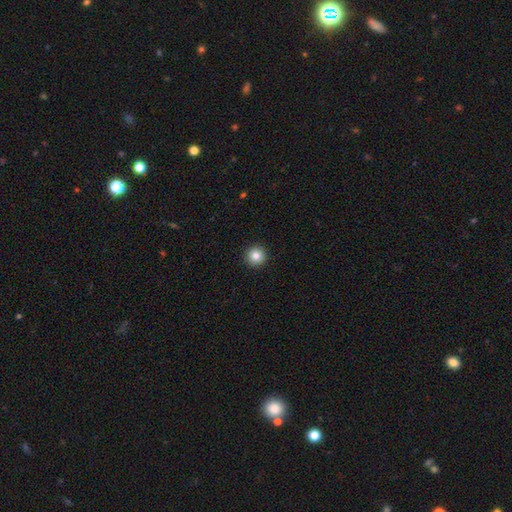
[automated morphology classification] A smooth galaxy with no disk features (84%) that is round (96%). Merging: none (94%).